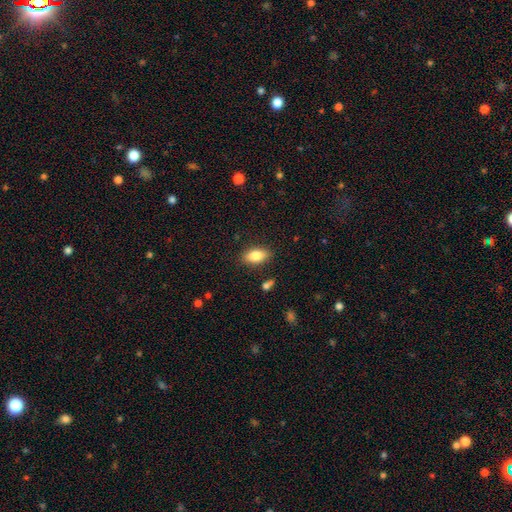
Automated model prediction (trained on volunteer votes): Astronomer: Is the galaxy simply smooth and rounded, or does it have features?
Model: smooth — 84%.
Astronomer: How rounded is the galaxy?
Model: in between — 90%.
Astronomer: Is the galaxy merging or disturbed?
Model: none — 85%.